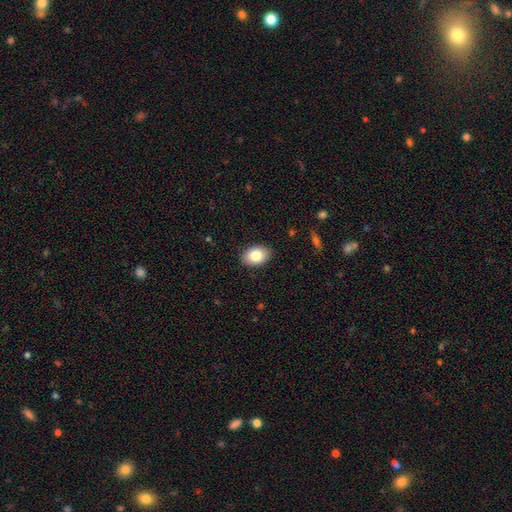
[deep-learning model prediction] This is clearly a smooth galaxy (84%). How rounded: clearly in between (84%). Merging: clearly none (89%).